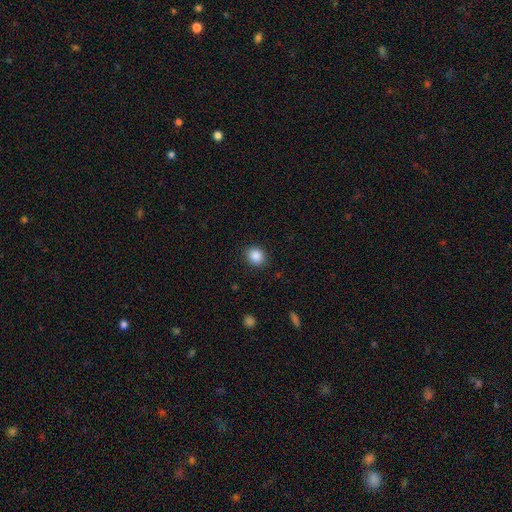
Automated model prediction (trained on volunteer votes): Overall: smooth (87%). How rounded: round (76%). Merging: none (90%).